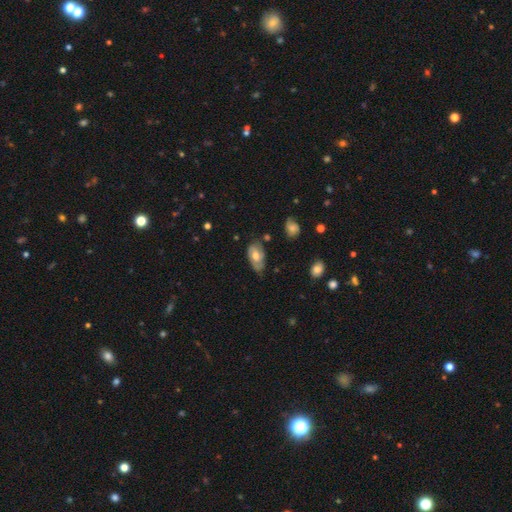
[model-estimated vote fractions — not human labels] A featured or disk galaxy (47%).

Vote fractions:
- Smooth or featured? featured or disk: 47% / smooth: 46% / star or artifact: 7%
- Merging? none: 56% / minor disturbance: 33% / major disturbance: 8% / merger: 3%